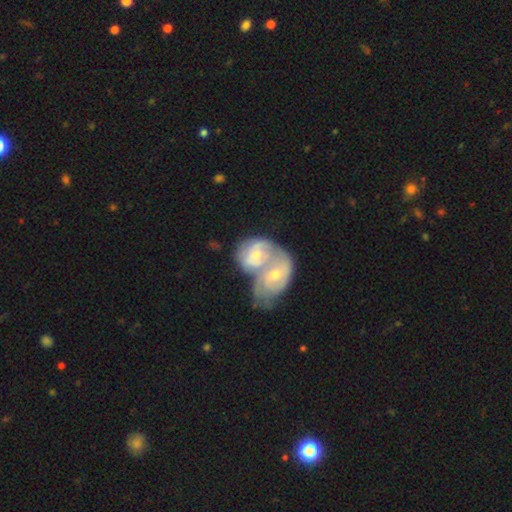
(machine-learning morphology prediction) This appears to be a featured or disk galaxy (65%) with no bar (68%), spiral arms (72%) and a moderate central bulge (51%). Merging: merger (80%).